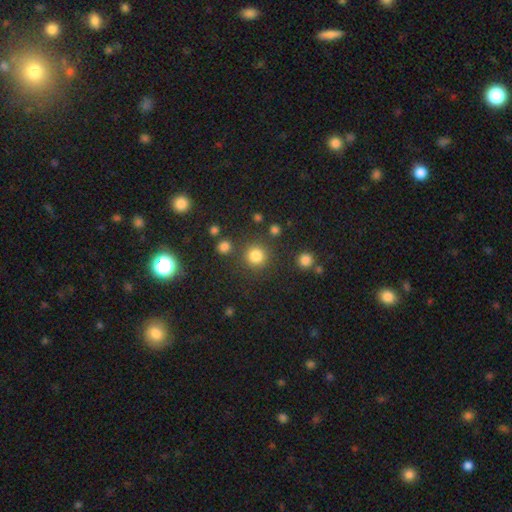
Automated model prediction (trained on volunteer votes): Overall: smooth (83%). How rounded: round (94%). Merging: none (84%).